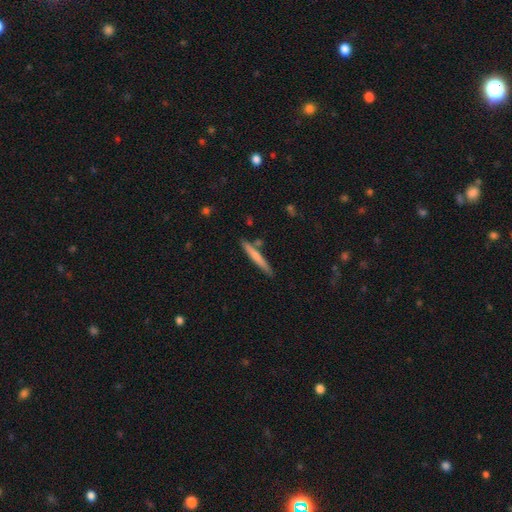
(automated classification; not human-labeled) Smooth or featured? Predicted: smooth (p=0.62). How rounded? Predicted: cigar-shaped (p=0.96). Merging? Predicted: none (p=0.82).